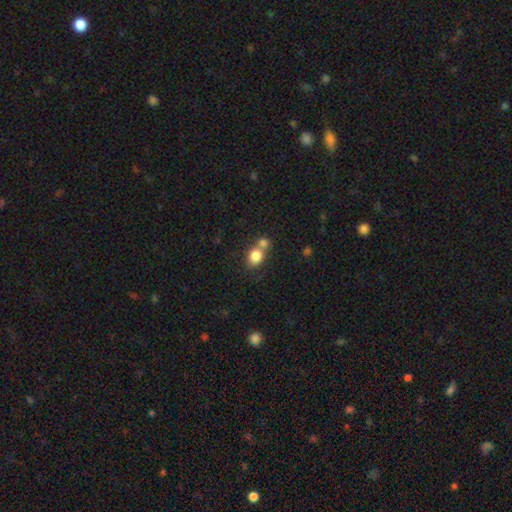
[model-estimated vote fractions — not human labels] Smooth or featured?
  - smooth: 82% *
  - star or artifact: 10%
  - featured or disk: 8%
How rounded?
  - round: 63% *
  - in between: 36%
  - cigar-shaped: 1%
Merging?
  - merger: 45% *
  - none: 43%
  - minor disturbance: 9%
  - major disturbance: 4%